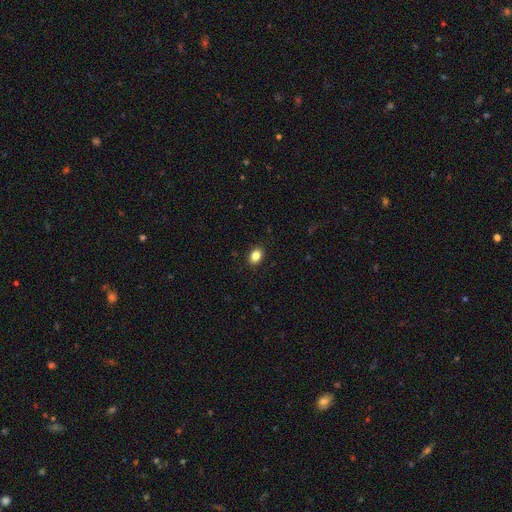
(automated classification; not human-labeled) smooth 85%, star or artifact 10%, featured or disk 5%. Down the decision tree: how rounded — in between (68%); merging — none (89%).